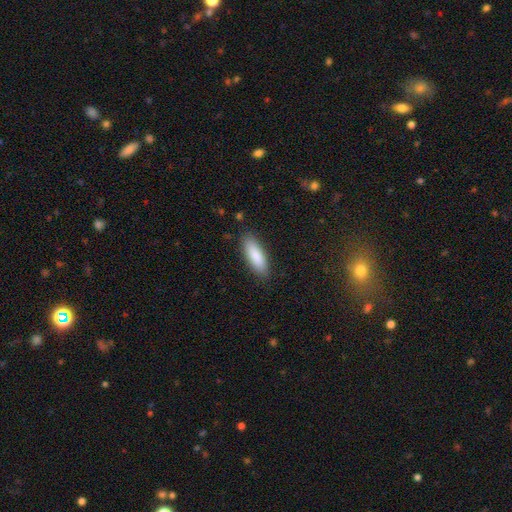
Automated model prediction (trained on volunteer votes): This appears to be a smooth galaxy with no disk features (86%) that is in between round and cigar-shaped (56%). Merging: none (86%).